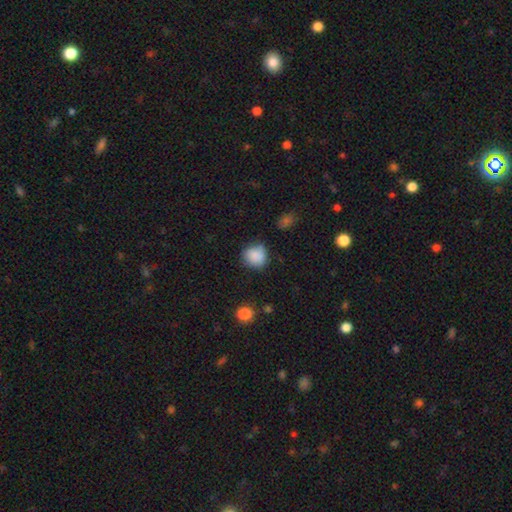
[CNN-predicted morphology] Smooth or featured?
  - smooth: 84% *
  - star or artifact: 9%
  - featured or disk: 7%
How rounded?
  - round: 83% *
  - in between: 16%
  - cigar-shaped: 1%
Merging?
  - none: 64% *
  - minor disturbance: 25%
  - major disturbance: 6%
  - merger: 4%